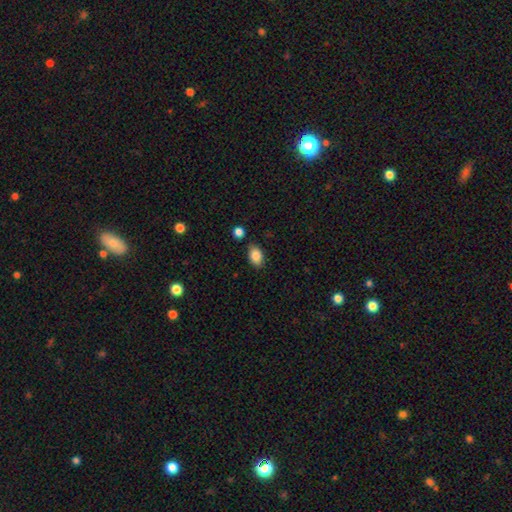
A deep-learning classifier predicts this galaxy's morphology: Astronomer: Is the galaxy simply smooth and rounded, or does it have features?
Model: smooth — 86%.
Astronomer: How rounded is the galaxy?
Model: in between — 86%.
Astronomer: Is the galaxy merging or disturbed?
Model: none — 82%.